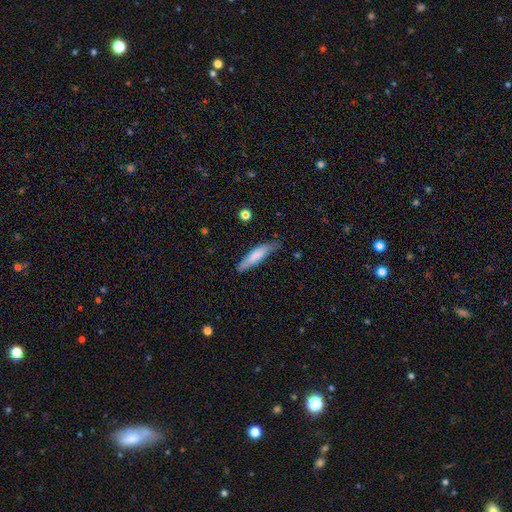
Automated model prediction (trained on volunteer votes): smooth_or_featured: smooth (p=0.74) [alt: featured or disk p=0.21]
how_rounded: cigar-shaped (p=0.78) [alt: in between p=0.21]
merging: none (p=0.71) [alt: minor disturbance p=0.23]